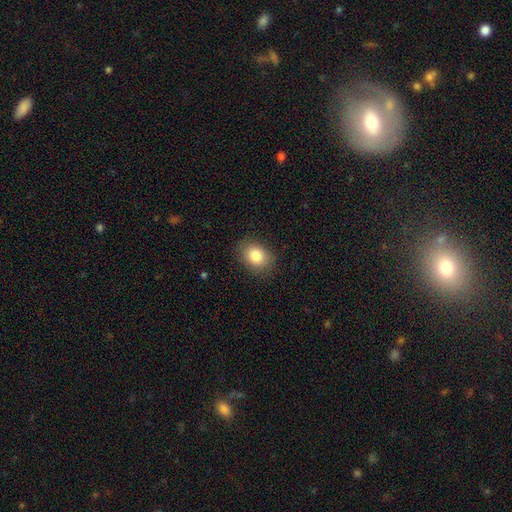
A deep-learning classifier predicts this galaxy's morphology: Smooth or featured? Predicted: smooth (p=0.83). How rounded? Predicted: in between (p=0.64). Merging? Predicted: none (p=0.85).